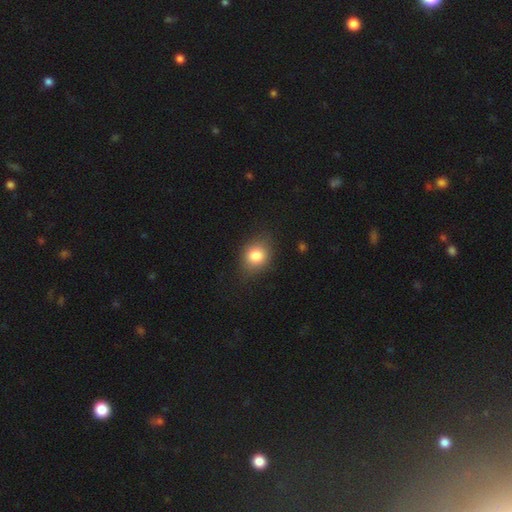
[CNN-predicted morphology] Overall: smooth (82%). How rounded: round (53%; in between 46%). Merging: none (78%).